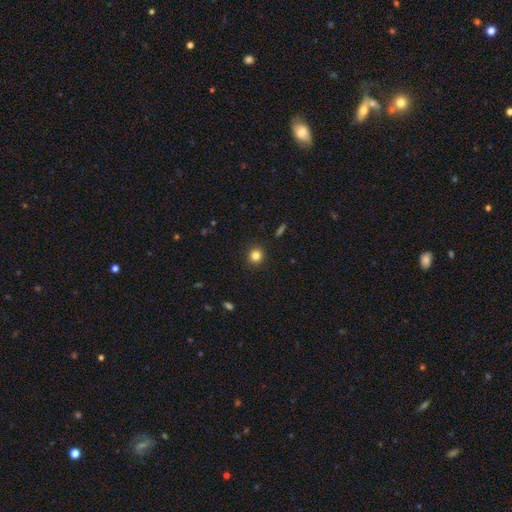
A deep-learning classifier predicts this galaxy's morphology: This appears to be a smooth galaxy with no disk features (83%) that is round (90%). Merging: none (91%).